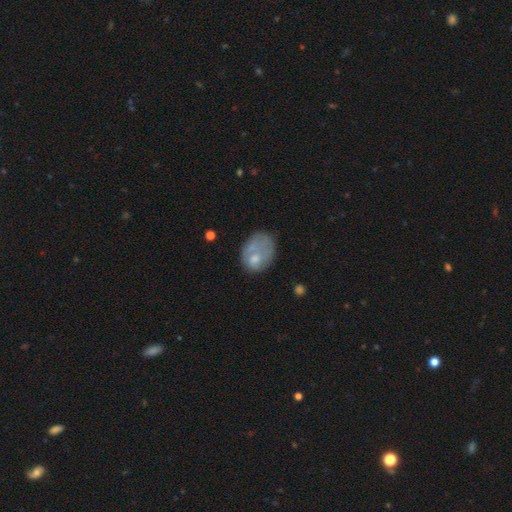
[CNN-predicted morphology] A smooth galaxy with no disk features (58%) that is in between round and cigar-shaped (63%). Merging: none (35%).